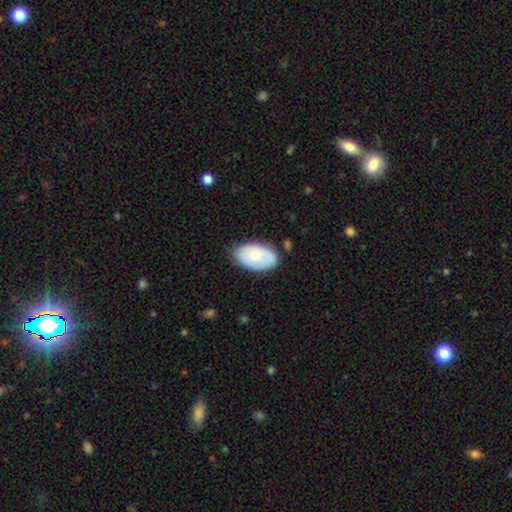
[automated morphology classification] This is likely a smooth galaxy (71%). How rounded: clearly in between (94%). Merging: likely none (79%).